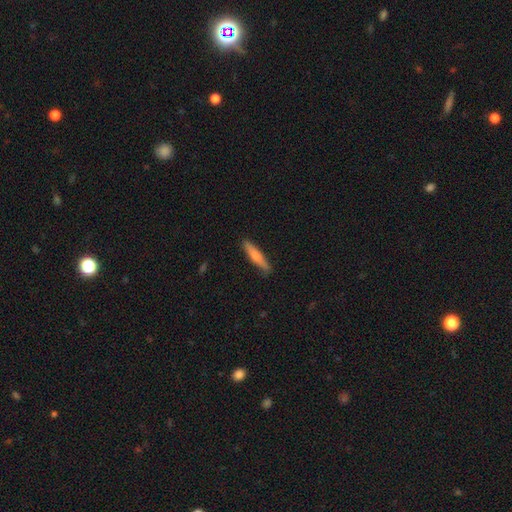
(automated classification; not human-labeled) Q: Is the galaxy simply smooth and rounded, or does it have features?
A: smooth — 66%.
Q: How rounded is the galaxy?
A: cigar-shaped — 89%.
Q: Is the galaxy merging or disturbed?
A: none — 87%.